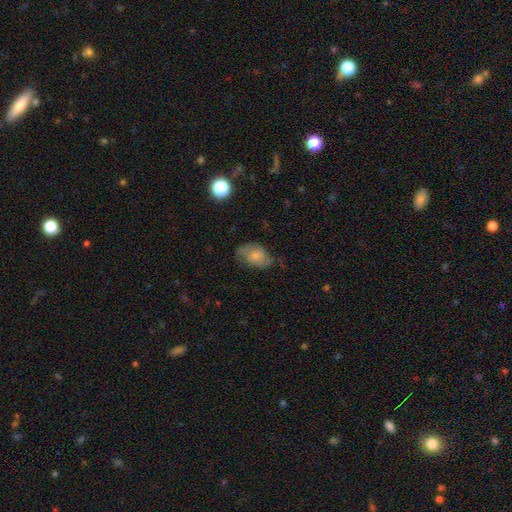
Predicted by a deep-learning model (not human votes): This is likely a smooth galaxy (64%). How rounded: clearly in between (82%). Merging: possibly none (51%).